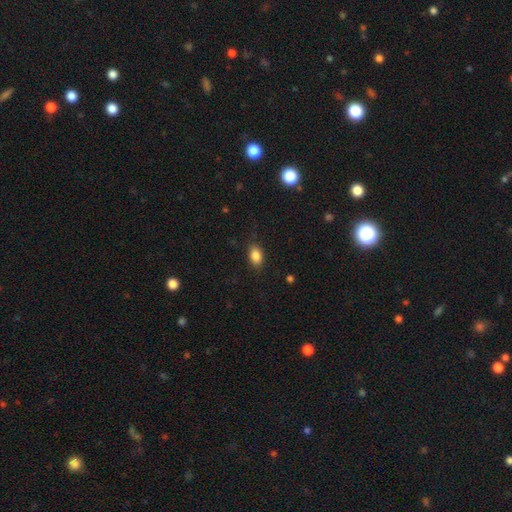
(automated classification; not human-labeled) smooth-or-featured: smooth: 86% | star or artifact: 9% | featured or disk: 6%
  how-rounded: in between: 87% | round: 11% | cigar-shaped: 2%
  merging: none: 86% | minor disturbance: 11% | major disturbance: 3% | merger: 1%